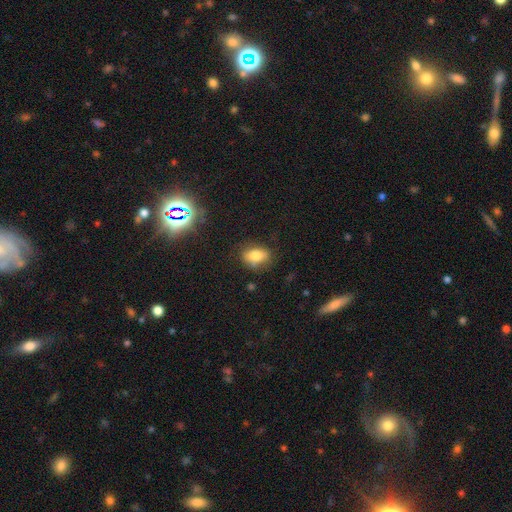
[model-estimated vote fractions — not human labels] Morphology: type=smooth (78%); roundness=in between (79%); merging=none (72%).